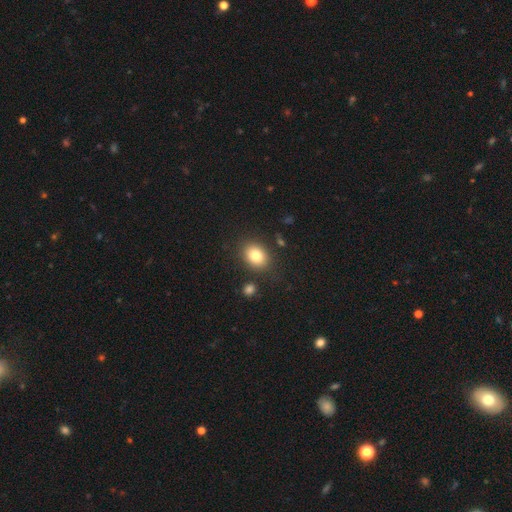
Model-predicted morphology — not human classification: A smooth galaxy with no disk features (82%) that is in between round and cigar-shaped (56%). Merging: none (83%).